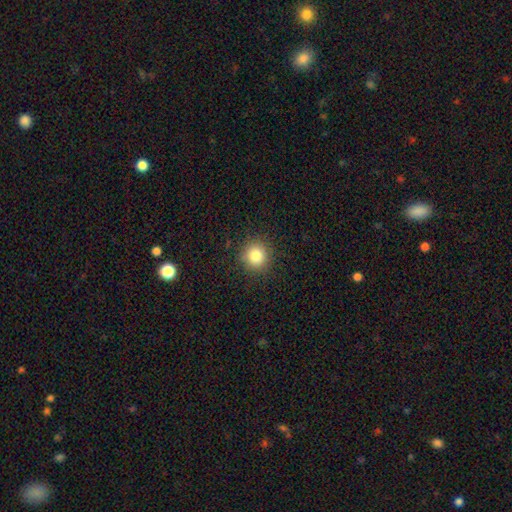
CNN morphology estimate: type=smooth (82%); roundness=round (92%); merging=none (90%).